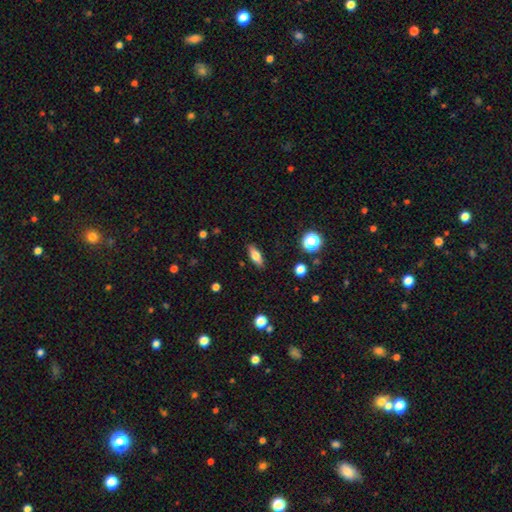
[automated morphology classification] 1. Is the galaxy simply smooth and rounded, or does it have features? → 73% smooth, 18% featured or disk, 9% star or artifact.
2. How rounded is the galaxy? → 74% in between, 21% cigar-shaped, 5% round.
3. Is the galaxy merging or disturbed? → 88% none, 9% minor disturbance, 2% major disturbance, 1% merger.